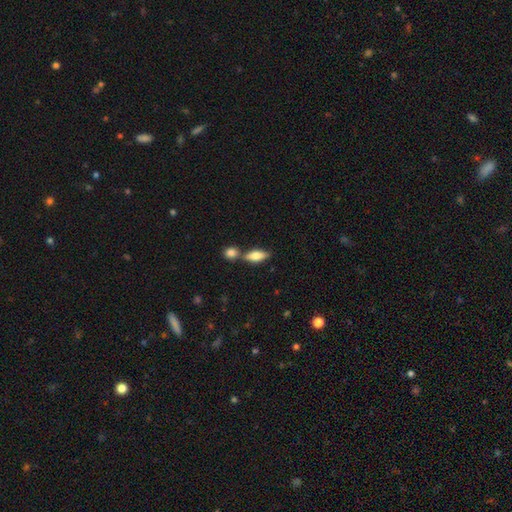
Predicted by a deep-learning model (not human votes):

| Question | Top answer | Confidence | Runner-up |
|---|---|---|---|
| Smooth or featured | smooth | 73% | featured or disk (20%) |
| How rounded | in between | 70% | cigar-shaped (26%) |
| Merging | none | 57% | merger (28%) |